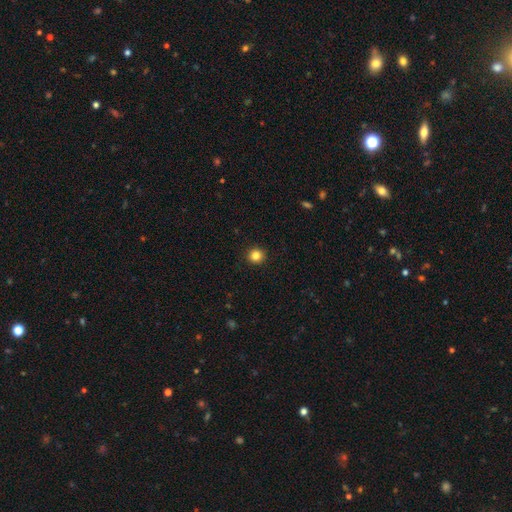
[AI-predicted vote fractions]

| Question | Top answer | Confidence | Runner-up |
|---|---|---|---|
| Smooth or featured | smooth | 83% | star or artifact (12%) |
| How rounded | round | 94% | in between (6%) |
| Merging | none | 93% | minor disturbance (4%) |